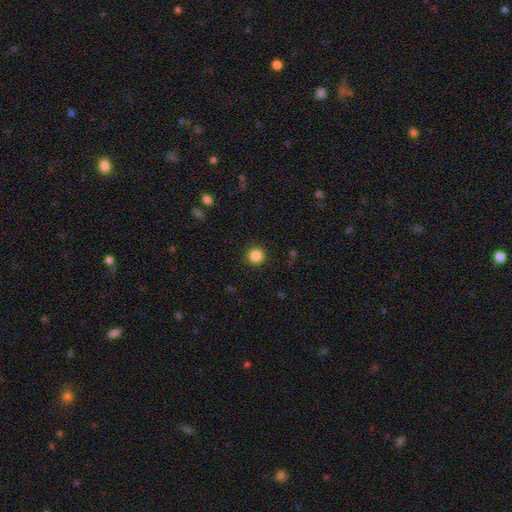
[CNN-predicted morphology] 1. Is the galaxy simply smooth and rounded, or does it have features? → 86% smooth, 11% star or artifact, 3% featured or disk.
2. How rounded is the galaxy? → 95% round, 4% in between, 1% cigar-shaped.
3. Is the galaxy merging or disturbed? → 92% none, 5% minor disturbance, 2% major disturbance, 1% merger.